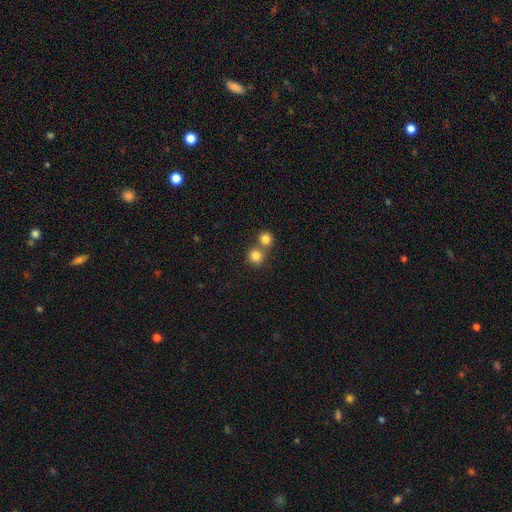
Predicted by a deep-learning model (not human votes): A smooth galaxy with no disk features (82%) that is round (90%).

Vote fractions:
- Smooth or featured? smooth: 82% / star or artifact: 11% / featured or disk: 6%
- How rounded? round: 90% / in between: 9% / cigar-shaped: 1%
- Merging? none: 54% / merger: 38% / minor disturbance: 6% / major disturbance: 2%